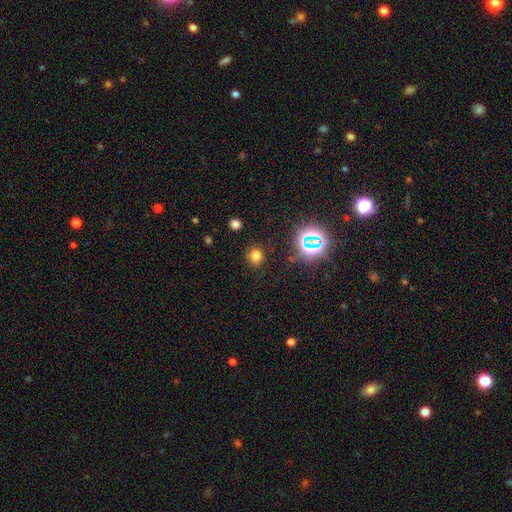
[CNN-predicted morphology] Smooth or featured? smooth (70%)
How rounded? round (78%)
Merging? none (85%)